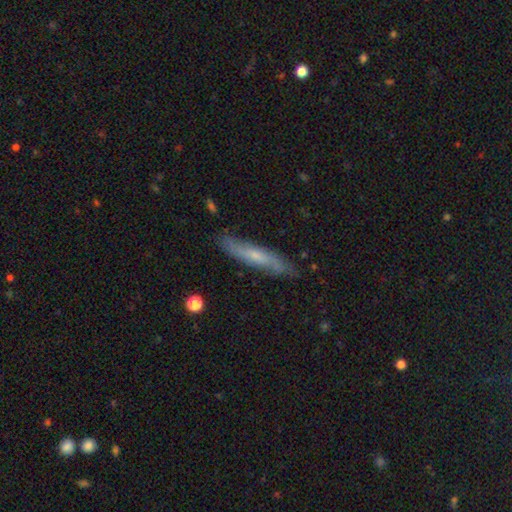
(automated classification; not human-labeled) A featured or disk galaxy (52%) viewed edge-on (58%).

Vote fractions:
- Smooth or featured? featured or disk: 52% / smooth: 42% / star or artifact: 6%
- Edge-on disk? yes: 58% / no: 42%
- Merging? none: 79% / minor disturbance: 16% / major disturbance: 3% / merger: 2%